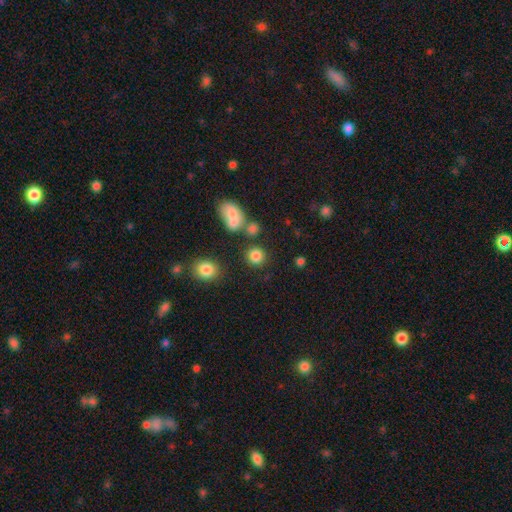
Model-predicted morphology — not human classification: Smooth or featured? Predicted: smooth (p=0.83). How rounded? Predicted: round (p=0.87). Merging? Predicted: none (p=0.79).